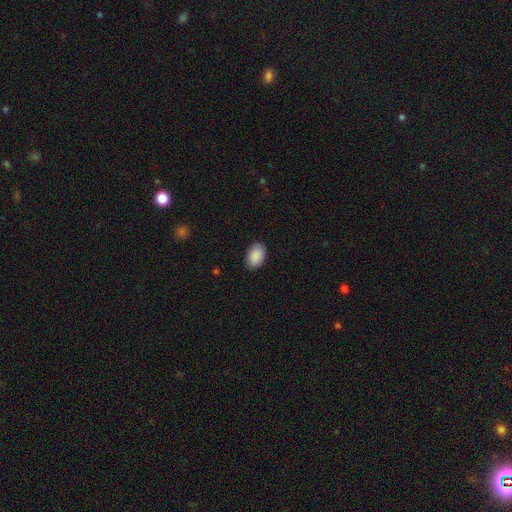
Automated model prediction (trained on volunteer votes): Smooth or featured: smooth — 91% (star or artifact — 6%)
How rounded: in between — 88% (round — 11%)
Merging: none — 88% (minor disturbance — 9%)